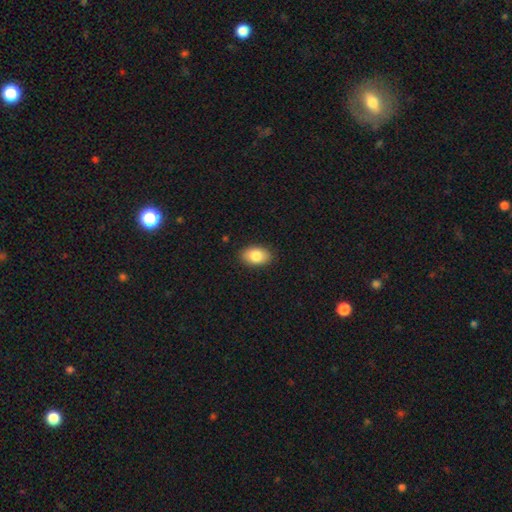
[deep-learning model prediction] Smooth or featured? Predicted: smooth (p=0.84). How rounded? Predicted: in between (p=0.90). Merging? Predicted: none (p=0.88).